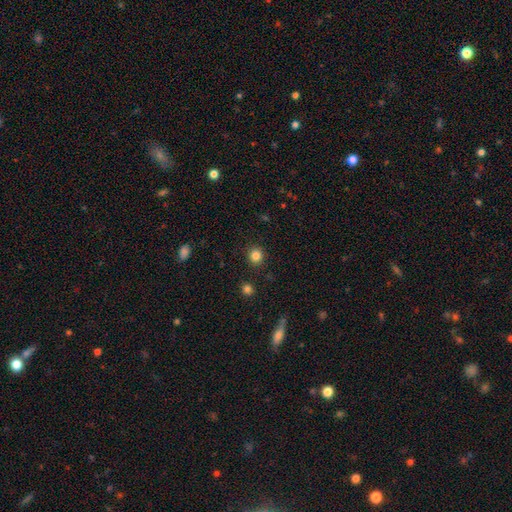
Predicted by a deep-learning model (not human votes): Q: Smooth or featured?
A: smooth (83%); runner-up: star or artifact (12%)
Q: How rounded?
A: round (90%); runner-up: in between (9%)
Q: Merging?
A: none (90%); runner-up: minor disturbance (6%)